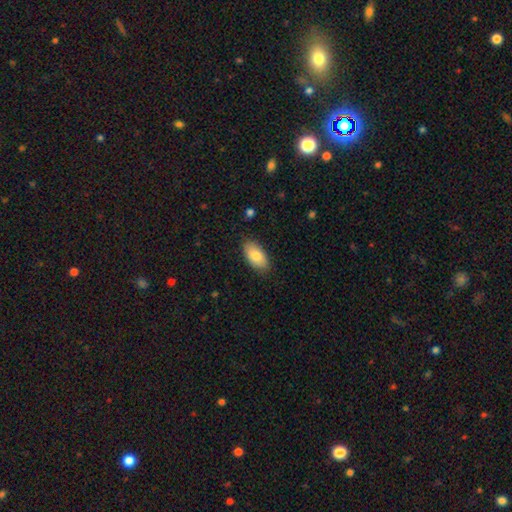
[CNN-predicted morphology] smooth-or-featured: smooth: 84% | featured or disk: 10% | star or artifact: 6%
  how-rounded: in between: 94% | cigar-shaped: 3% | round: 3%
  merging: none: 85% | minor disturbance: 11% | major disturbance: 2% | merger: 1%